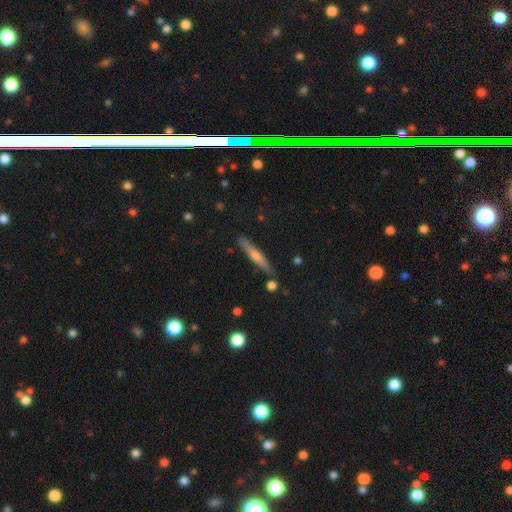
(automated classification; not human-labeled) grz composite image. It shows a featured or disk galaxy (48%). Merging: none (86%).